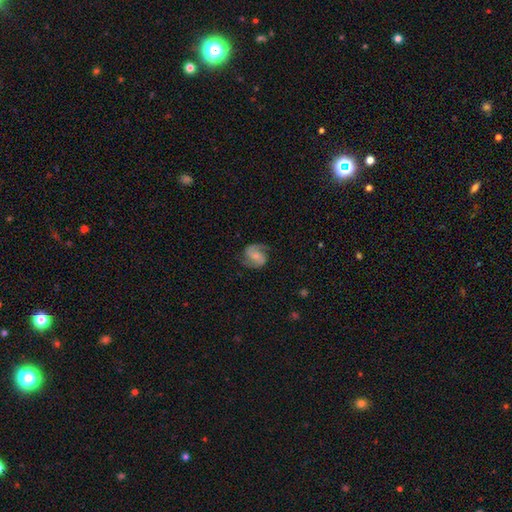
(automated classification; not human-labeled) Smooth or featured?
  - featured or disk: 81% *
  - smooth: 13%
  - star or artifact: 6%
Edge-on disk?
  - no: 98% *
  - yes: 2%
Bar?
  - weak: 45% *
  - no: 42%
  - strong: 14%
Spiral arms?
  - yes: 97% *
  - no: 3%
Spiral winding?
  - medium: 54% *
  - loose: 24%
  - tight: 22%
Spiral arm count?
  - 2: 91% *
  - can't tell: 3%
  - 1: 3%
  - 3: 1%
  - 4: 1%
  - more than 4: 1%
Bulge size?
  - small: 40% * (tied)
  - moderate: 40% * (tied)
  - none: 14%
  - large: 5%
  - dominant: 1%
Merging?
  - none: 77% *
  - minor disturbance: 15%
  - major disturbance: 6%
  - merger: 1%